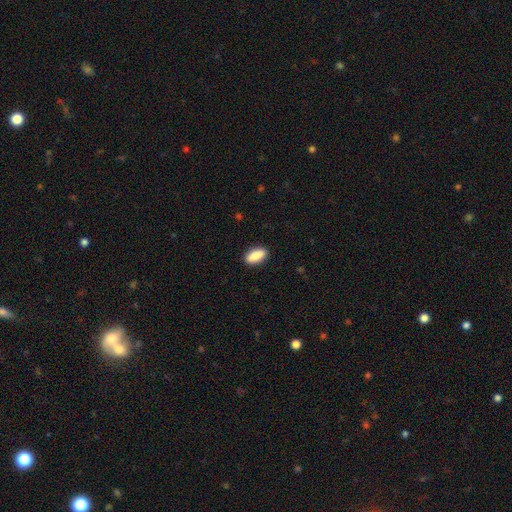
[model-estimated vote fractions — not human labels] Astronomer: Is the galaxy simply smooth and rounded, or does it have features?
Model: smooth — 89%.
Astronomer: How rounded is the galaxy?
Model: in between — 85%.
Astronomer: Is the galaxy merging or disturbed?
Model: none — 90%.